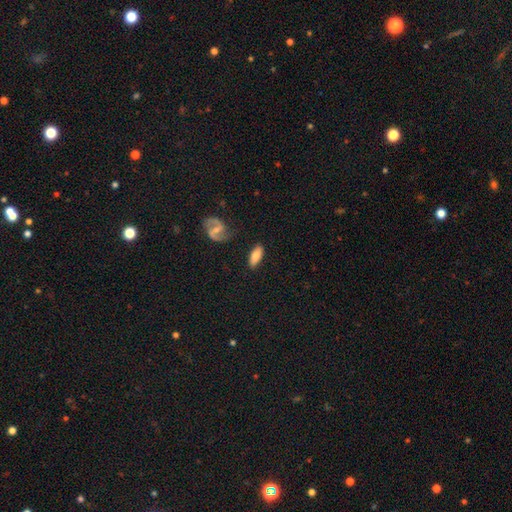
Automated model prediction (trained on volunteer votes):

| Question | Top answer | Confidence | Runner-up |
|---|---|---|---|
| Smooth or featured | smooth | 67% | featured or disk (27%) |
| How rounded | in between | 78% | cigar-shaped (19%) |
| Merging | none | 81% | minor disturbance (14%) |